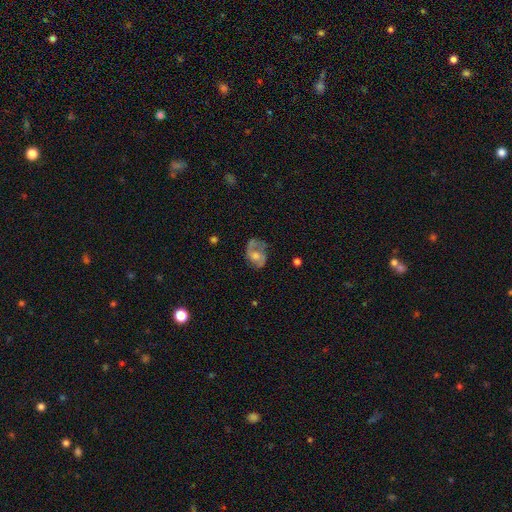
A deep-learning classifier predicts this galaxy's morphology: type=featured or disk (67%); edge-on=no (97%); bar=no (67%); spiral arms=yes (80%); winding=medium (48%); arm count=2 (68%); bulge=moderate (57%); merging=none (60%).